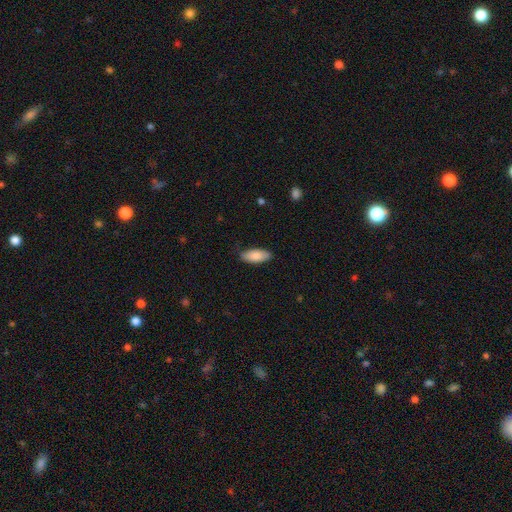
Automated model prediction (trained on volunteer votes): This appears to be a smooth galaxy with no disk features (85%) that is in between round and cigar-shaped (84%). Merging: none (81%).